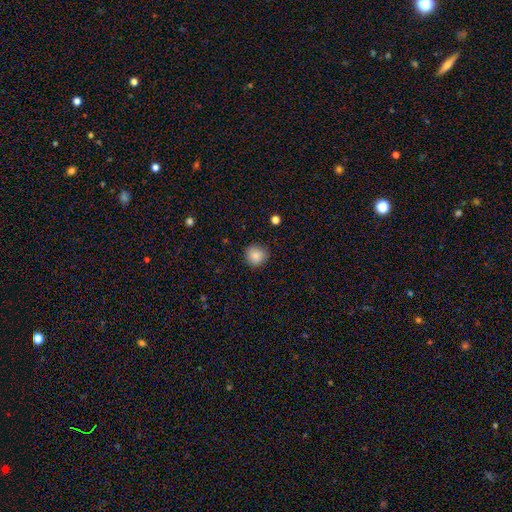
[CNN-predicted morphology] A smooth galaxy with no disk features (87%) that is round (92%).

Vote fractions:
- Smooth or featured? smooth: 87% / star or artifact: 9% / featured or disk: 4%
- How rounded? round: 92% / in between: 7% / cigar-shaped: 1%
- Merging? none: 87% / minor disturbance: 10% / major disturbance: 2% / merger: 1%